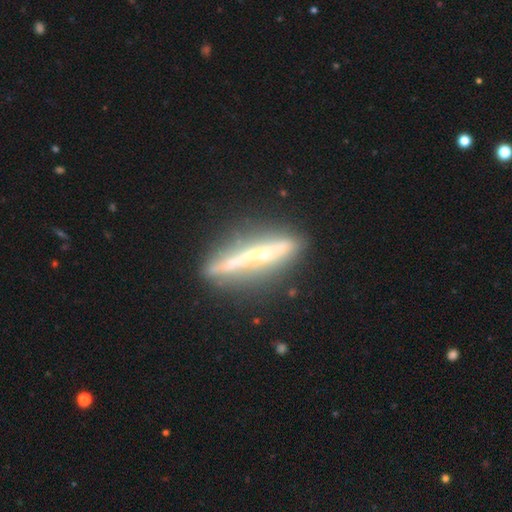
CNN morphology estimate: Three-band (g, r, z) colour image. It shows a featured or disk galaxy (73%) viewed edge-on (90%) with no central bulge (53%). Merging: none (82%).